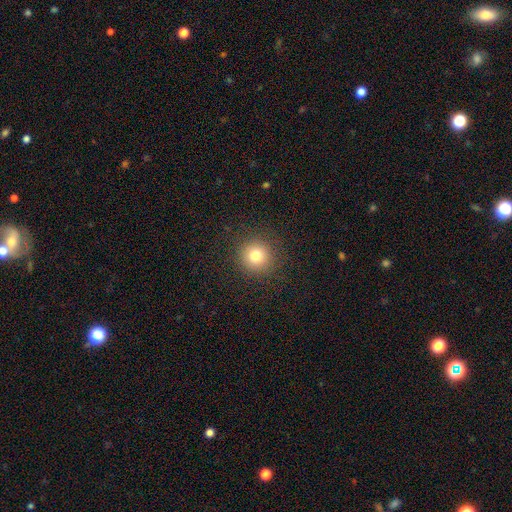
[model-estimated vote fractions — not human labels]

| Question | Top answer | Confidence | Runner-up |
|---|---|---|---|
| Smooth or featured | smooth | 79% | star or artifact (13%) |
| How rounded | round | 94% | in between (5%) |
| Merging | none | 90% | minor disturbance (6%) |